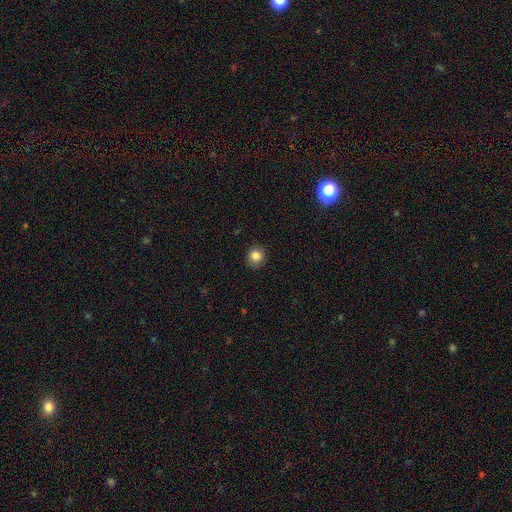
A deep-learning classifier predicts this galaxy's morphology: Smooth or featured? smooth (85%)
How rounded? round (85%)
Merging? none (89%)